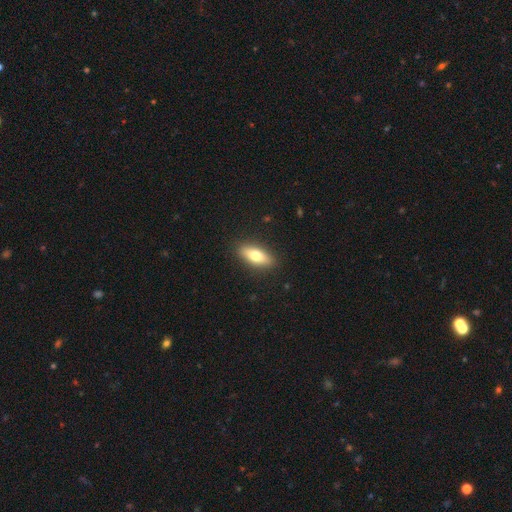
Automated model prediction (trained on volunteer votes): smooth 70%, featured or disk 23%, star or artifact 7%. Down the decision tree: how rounded — in between (72%); merging — none (89%).